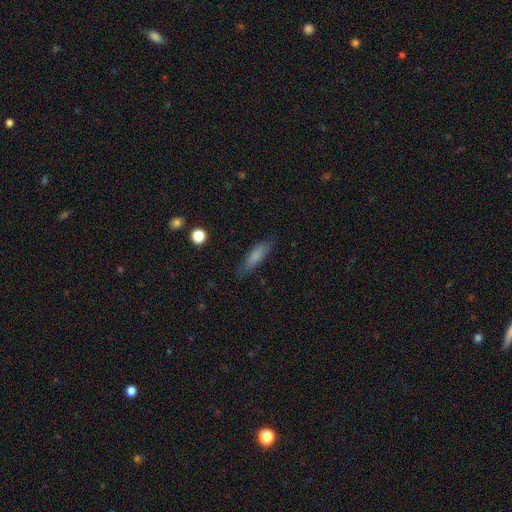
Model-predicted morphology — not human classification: Q: Smooth or featured?
A: smooth (79%); runner-up: featured or disk (13%)
Q: How rounded?
A: cigar-shaped (58%); runner-up: in between (40%)
Q: Merging?
A: none (78%); runner-up: minor disturbance (16%)